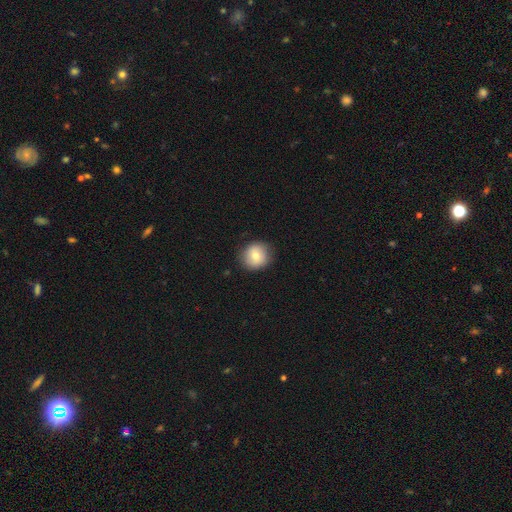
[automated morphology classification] The model was most divided on "smooth or featured": smooth: 76%, featured or disk: 16%, star or artifact: 8%. More confident: how rounded — round (87%); merging — none (86%).